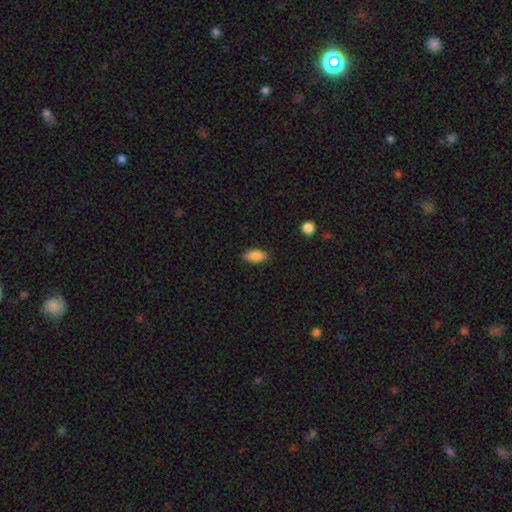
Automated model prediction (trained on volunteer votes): Smooth or featured?
  - smooth: 86% *
  - star or artifact: 7%
  - featured or disk: 7%
How rounded?
  - in between: 90% *
  - cigar-shaped: 7%
  - round: 3%
Merging?
  - none: 87% *
  - minor disturbance: 10%
  - major disturbance: 2%
  - merger: 1%